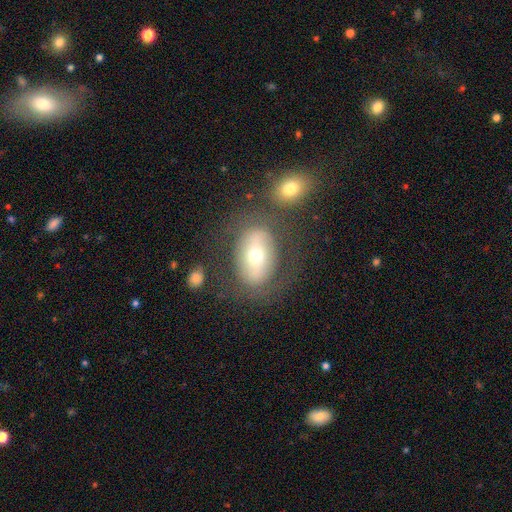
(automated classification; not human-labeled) This is possibly a smooth galaxy (46%). Merging: likely none (63%).